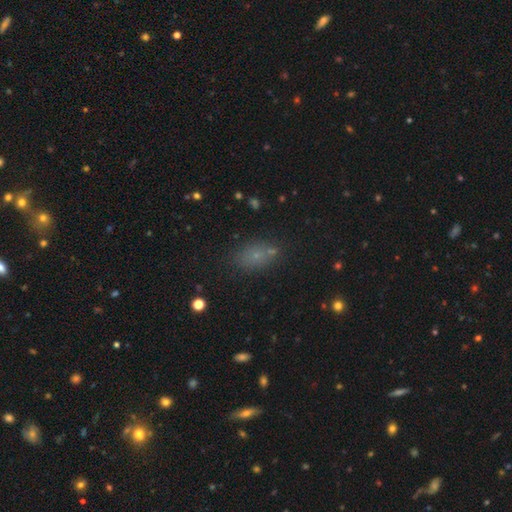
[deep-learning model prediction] Q: Smooth or featured?
A: smooth (65%); runner-up: star or artifact (24%)
Q: How rounded?
A: in between (78%); runner-up: round (19%)
Q: Merging?
A: none (68%); runner-up: minor disturbance (14%)